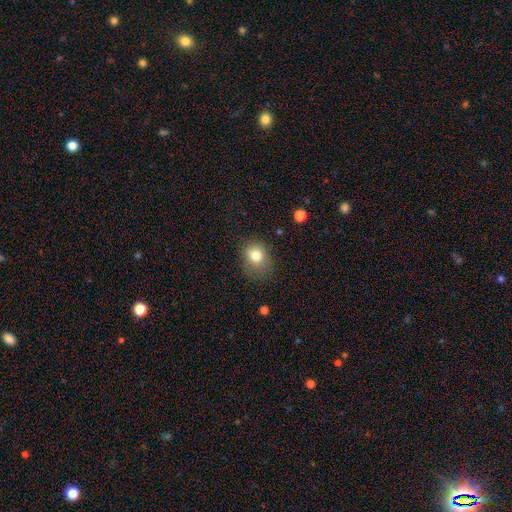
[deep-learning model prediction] Smooth or featured? Predicted: smooth (p=0.78). How rounded? Predicted: round (p=0.51). Merging? Predicted: none (p=0.60).